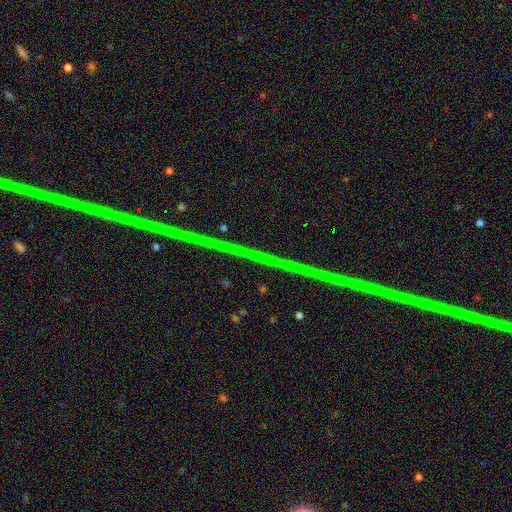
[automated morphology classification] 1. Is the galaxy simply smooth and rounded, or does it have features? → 79% star or artifact, 13% featured or disk, 7% smooth.